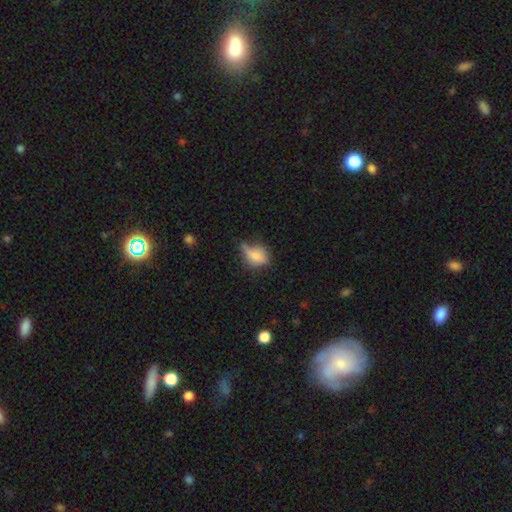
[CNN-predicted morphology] Smooth or featured: smooth — 67% (featured or disk — 21%)
How rounded: in between — 60% (round — 34%)
Merging: none — 37% (minor disturbance — 34%)